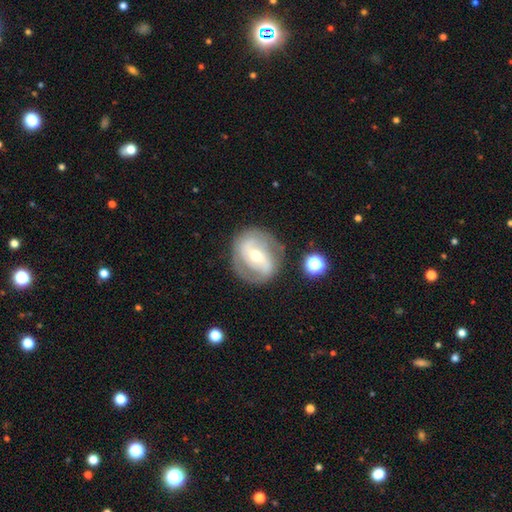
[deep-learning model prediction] featured or disk 76%, smooth 18%, star or artifact 6%. Down the decision tree: edge-on disk — no (96%); bar — strong (39%); spiral arms — yes (83%); spiral arm count — 2 (80%); spiral winding — medium (43%); bulge size — moderate (54%); merging — none (76%).